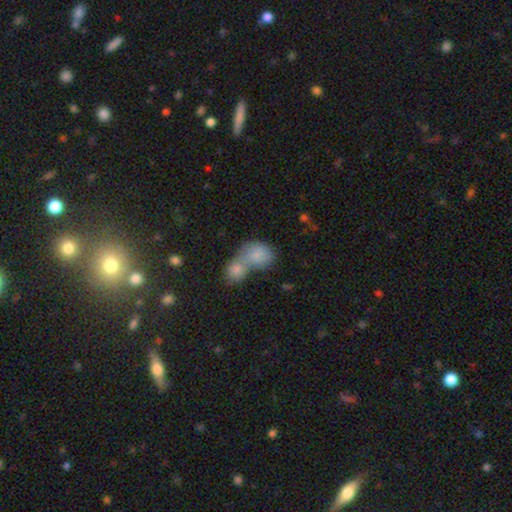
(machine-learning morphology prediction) Q: Smooth or featured?
A: smooth (81%); runner-up: featured or disk (10%)
Q: How rounded?
A: in between (53%); runner-up: round (45%)
Q: Merging?
A: merger (71%); runner-up: none (19%)